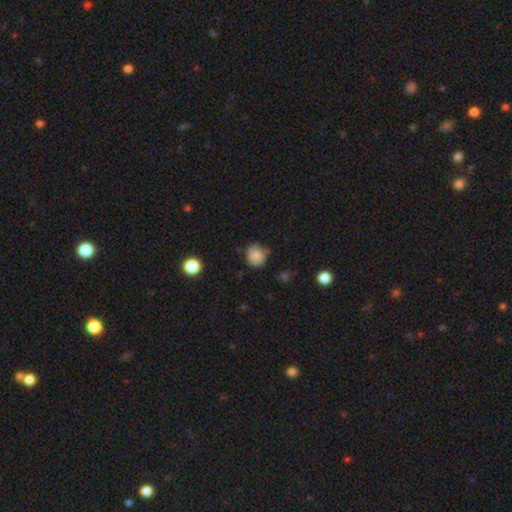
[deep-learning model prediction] Smooth or featured?
  - smooth: 83% *
  - star or artifact: 10%
  - featured or disk: 7%
How rounded?
  - round: 79% *
  - in between: 20%
  - cigar-shaped: 1%
Merging?
  - none: 70% *
  - minor disturbance: 23%
  - major disturbance: 4%
  - merger: 3%